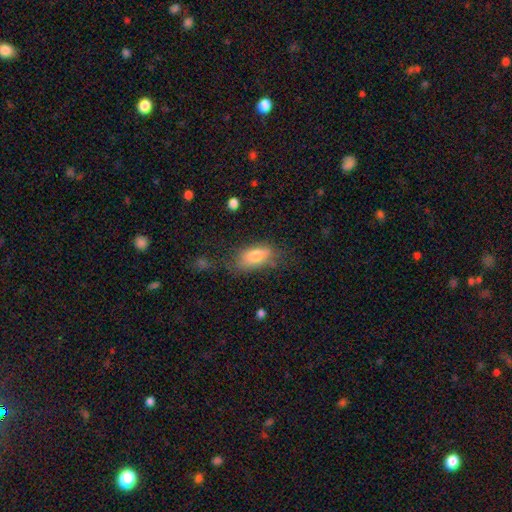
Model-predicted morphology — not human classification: Smooth or featured? Predicted: smooth (p=0.75). How rounded? Predicted: in between (p=0.88). Merging? Predicted: none (p=0.58).